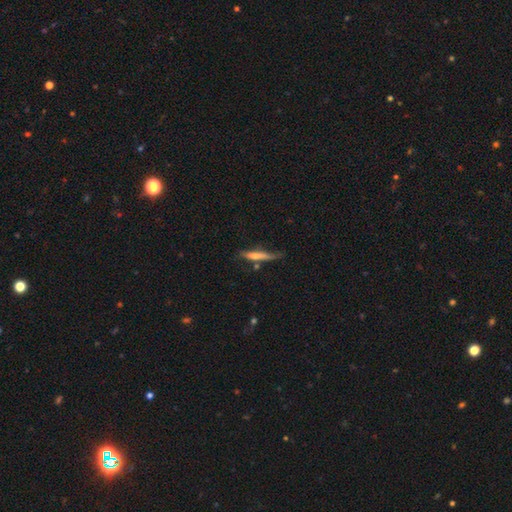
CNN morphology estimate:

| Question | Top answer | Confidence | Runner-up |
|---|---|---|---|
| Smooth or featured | featured or disk | 51% | smooth (41%) |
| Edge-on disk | yes | 92% | no (8%) |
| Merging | none | 64% | minor disturbance (23%) |